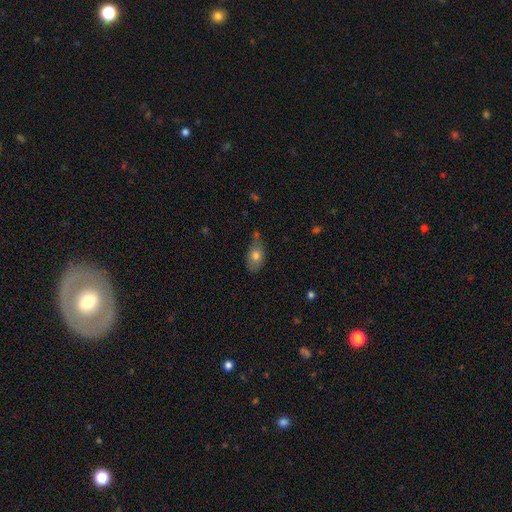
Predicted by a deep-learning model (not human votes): Smooth or featured?
  - smooth: 76% *
  - featured or disk: 15%
  - star or artifact: 9%
How rounded?
  - in between: 83% *
  - round: 14%
  - cigar-shaped: 3%
Merging?
  - none: 53% *
  - minor disturbance: 30%
  - merger: 9%
  - major disturbance: 7%